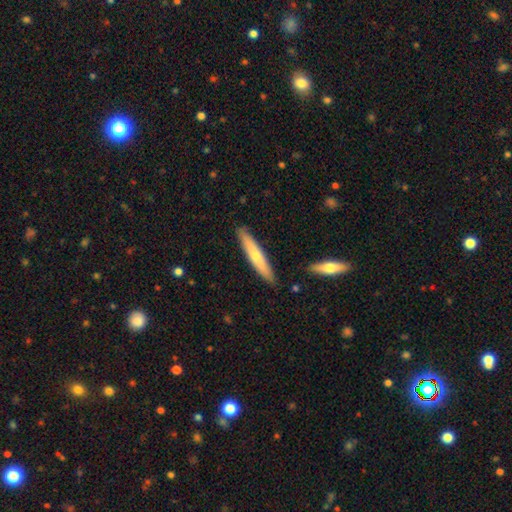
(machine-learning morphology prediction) type=smooth (55%); roundness=cigar-shaped (91%); merging=none (88%).